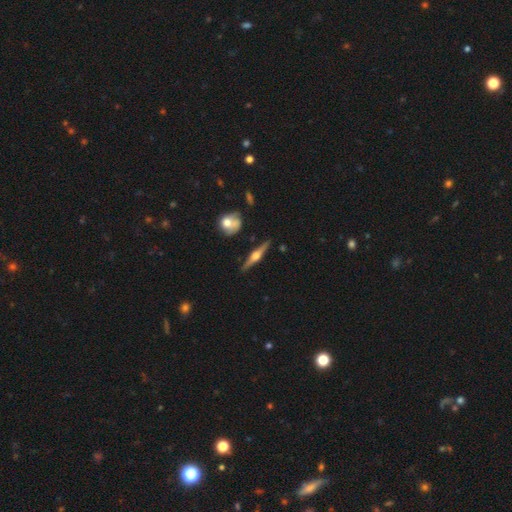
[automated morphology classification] Smooth or featured?
  - featured or disk: 80% *
  - smooth: 15%
  - star or artifact: 5%
Edge-on disk?
  - yes: 98% *
  - no: 2%
Edge-on bulge?
  - rounded: 95% *
  - boxy: 3%
  - none: 2%
Merging?
  - none: 88% *
  - minor disturbance: 8%
  - merger: 2%
  - major disturbance: 2%